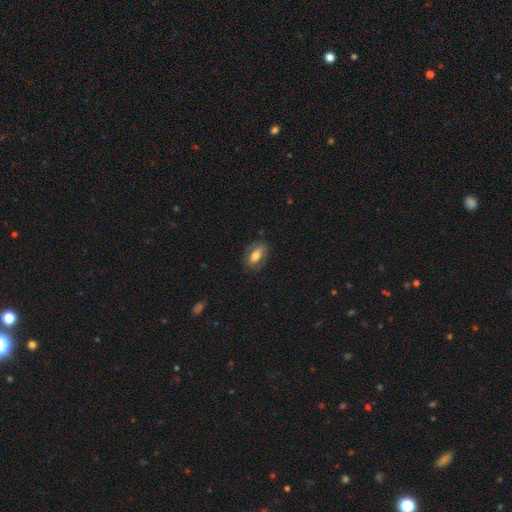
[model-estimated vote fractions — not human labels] smooth-or-featured: smooth: 67% | featured or disk: 26% | star or artifact: 7%
  how-rounded: in between: 88% | round: 7% | cigar-shaped: 5%
  merging: none: 81% | minor disturbance: 14% | major disturbance: 4% | merger: 1%